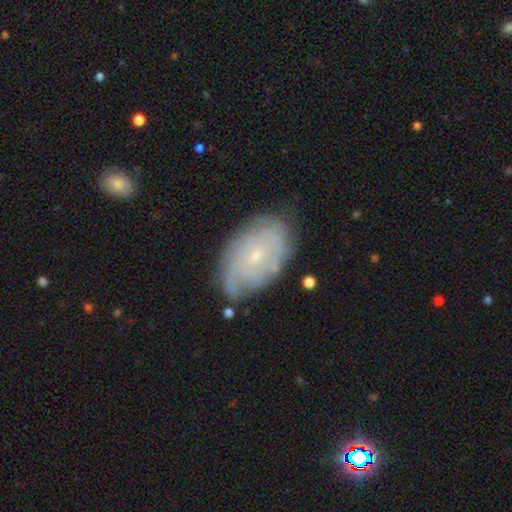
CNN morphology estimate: type=featured or disk (70%); edge-on=no (95%); bar=no (74%); spiral arms=yes (85%); winding=tight (66%); arm count=can't tell (56%); bulge=small (70%); merging=none (70%).